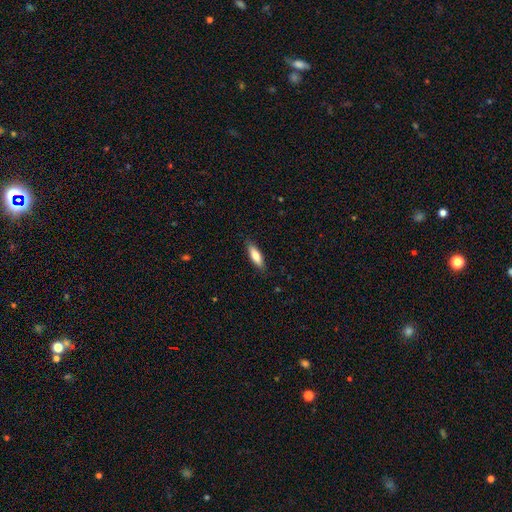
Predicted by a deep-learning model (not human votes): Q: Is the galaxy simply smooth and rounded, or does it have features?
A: smooth — 74%.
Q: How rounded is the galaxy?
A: in between — 51%.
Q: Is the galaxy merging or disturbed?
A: none — 87%.